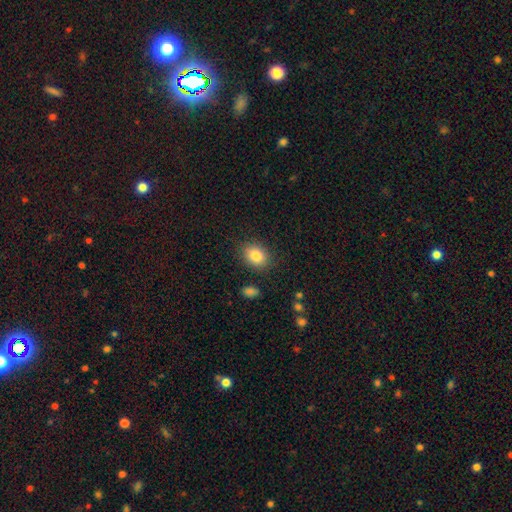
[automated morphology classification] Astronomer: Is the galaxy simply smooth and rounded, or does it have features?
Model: smooth — 83%.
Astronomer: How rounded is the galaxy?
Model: in between — 56% (runner-up: round, 42%).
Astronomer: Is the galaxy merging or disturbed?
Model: none — 86%.